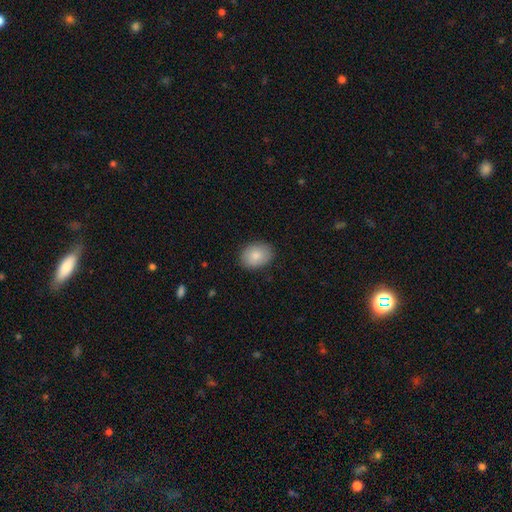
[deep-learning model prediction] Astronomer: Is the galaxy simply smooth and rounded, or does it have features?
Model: smooth — 85%.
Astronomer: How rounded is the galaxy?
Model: in between — 73%.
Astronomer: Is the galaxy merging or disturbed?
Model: none — 86%.